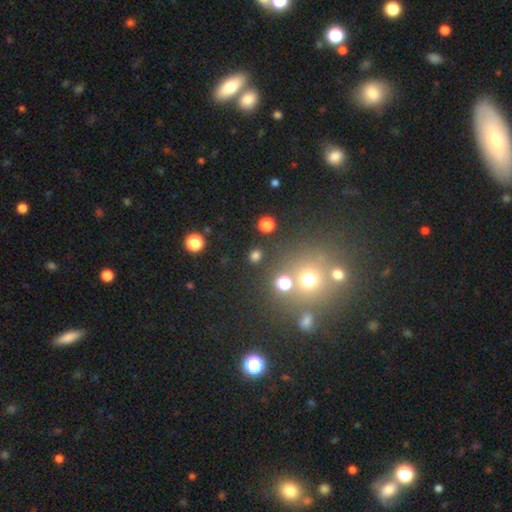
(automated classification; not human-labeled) Smooth or featured?
  - smooth: 71% *
  - star or artifact: 24%
  - featured or disk: 5%
How rounded?
  - round: 79% *
  - in between: 19%
  - cigar-shaped: 1%
Merging?
  - none: 85% *
  - minor disturbance: 7%
  - merger: 5%
  - major disturbance: 3%